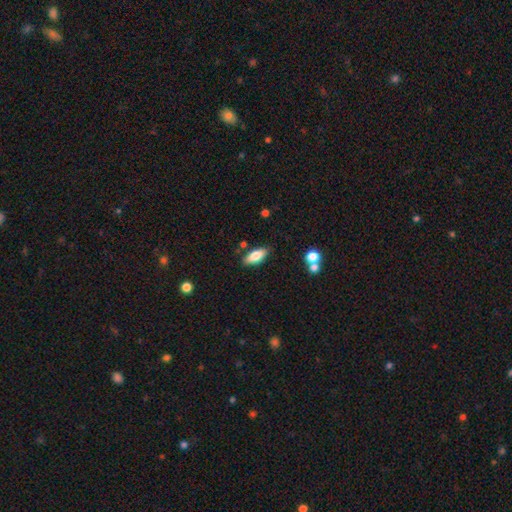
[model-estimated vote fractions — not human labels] smooth_or_featured: smooth (p=0.78) [alt: featured or disk p=0.15]
how_rounded: in between (p=0.80) [alt: cigar-shaped p=0.18]
merging: none (p=0.83) [alt: minor disturbance p=0.11]